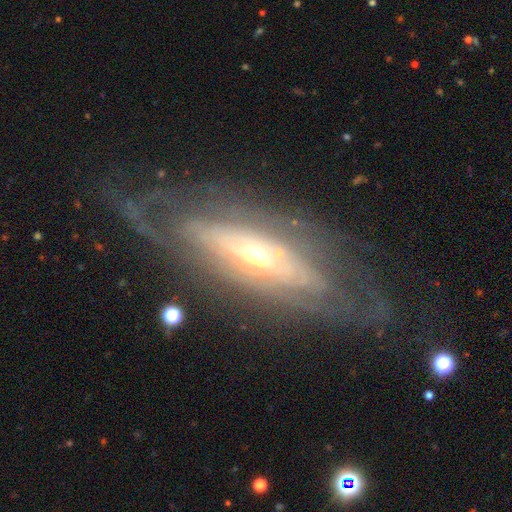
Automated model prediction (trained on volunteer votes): A featured or disk galaxy (82%) with no bar (69%), spiral arms (75%) and a small central bulge (52%). Merging: none (70%).